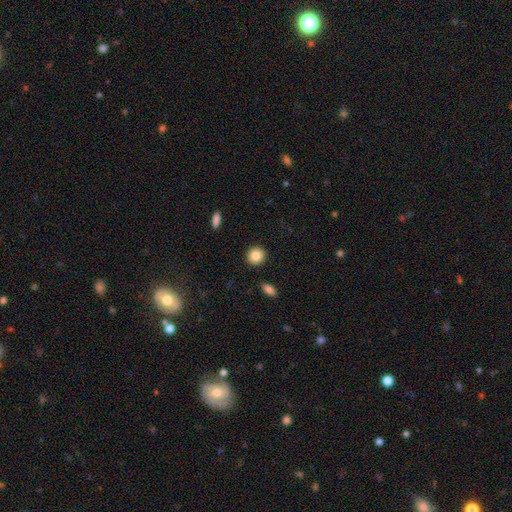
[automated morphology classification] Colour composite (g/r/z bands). It shows a smooth galaxy with no disk features (85%) that is round (88%). Merging: none (91%).